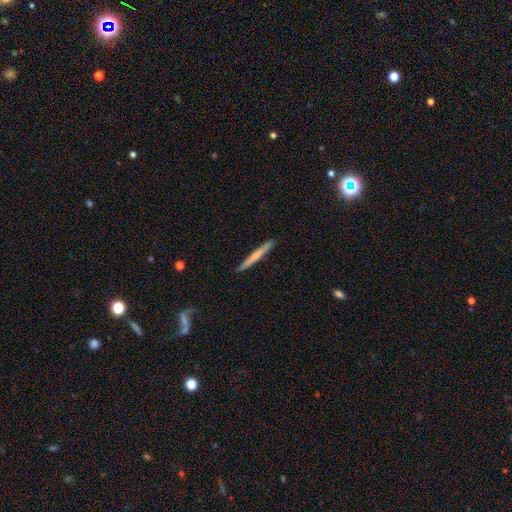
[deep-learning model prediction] This is possibly a smooth galaxy (56%). How rounded: clearly cigar-shaped (97%). Merging: clearly none (92%).